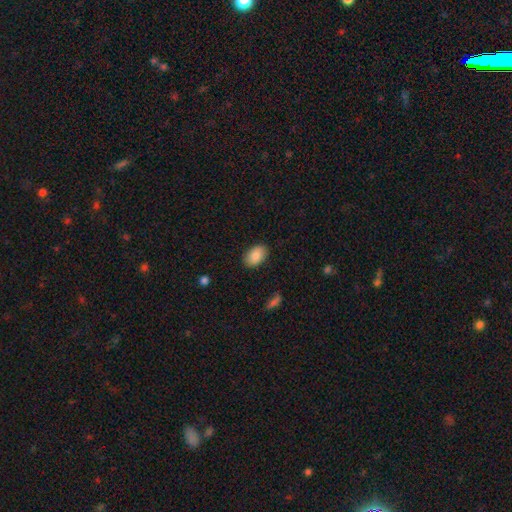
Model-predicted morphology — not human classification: smooth_or_featured: smooth (p=0.85) [alt: featured or disk p=0.09]
how_rounded: in between (p=0.88) [alt: round p=0.10]
merging: none (p=0.87) [alt: minor disturbance p=0.10]